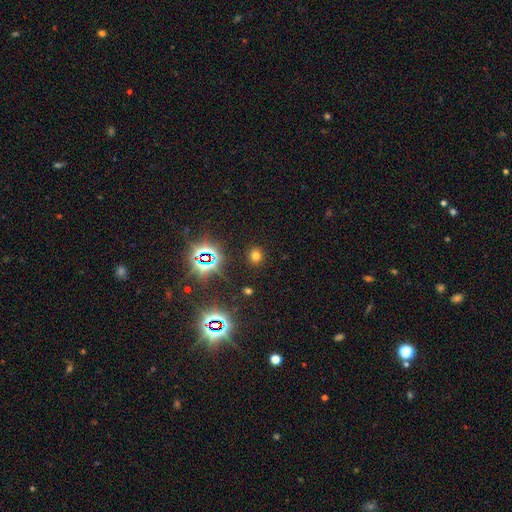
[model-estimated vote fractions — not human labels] Smooth or featured? smooth (65%)
How rounded? round (88%)
Merging? none (89%)